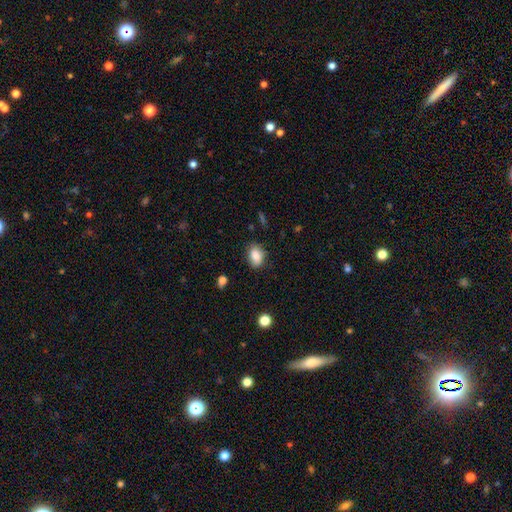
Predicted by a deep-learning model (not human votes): Smooth or featured?
  - smooth: 84% *
  - star or artifact: 8%
  - featured or disk: 8%
How rounded?
  - in between: 80% *
  - round: 18%
  - cigar-shaped: 2%
Merging?
  - none: 80% *
  - minor disturbance: 16%
  - major disturbance: 3%
  - merger: 1%